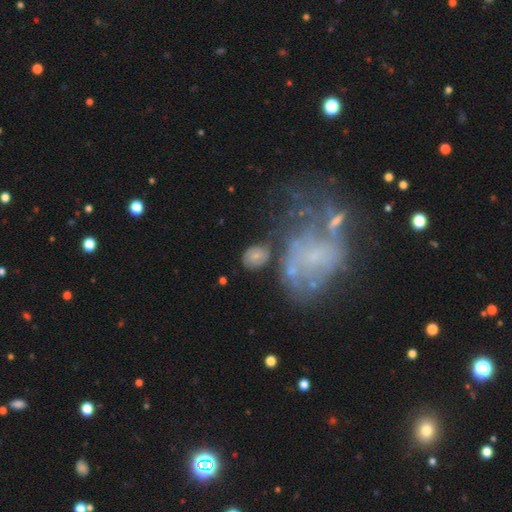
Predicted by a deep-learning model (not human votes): smooth_or_featured: smooth (p=0.56) [alt: featured or disk p=0.34]
how_rounded: in between (p=0.52) [alt: round p=0.46]
merging: none (p=0.64) [alt: minor disturbance p=0.19]